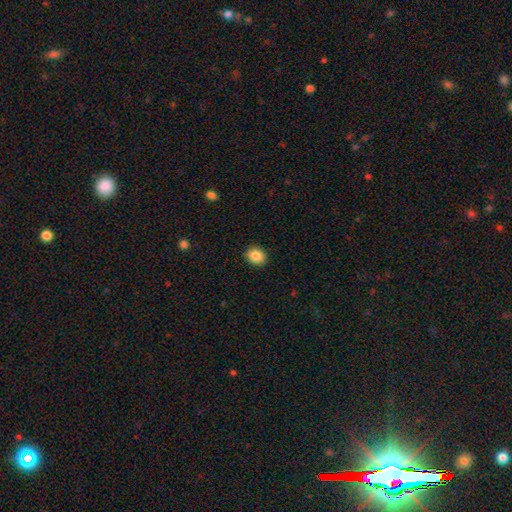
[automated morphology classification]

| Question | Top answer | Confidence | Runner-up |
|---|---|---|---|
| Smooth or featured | smooth | 87% | star or artifact (9%) |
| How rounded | round | 62% | in between (37%) |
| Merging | none | 90% | minor disturbance (7%) |